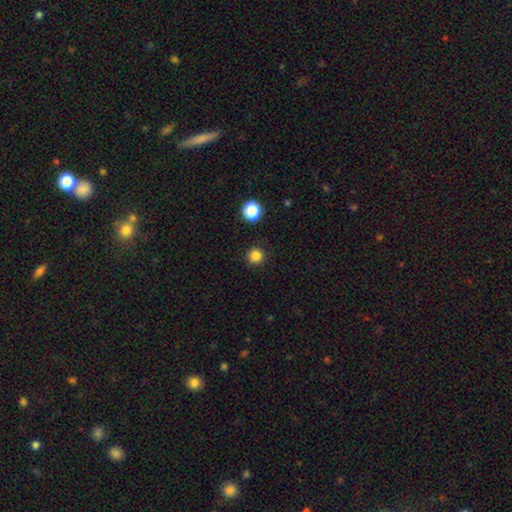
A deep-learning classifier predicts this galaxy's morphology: A smooth galaxy with no disk features (83%) that is round (95%).

Vote fractions:
- Smooth or featured? smooth: 83% / star or artifact: 13% / featured or disk: 4%
- How rounded? round: 95% / in between: 4% / cigar-shaped: 1%
- Merging? none: 92% / minor disturbance: 5% / major disturbance: 2% / merger: 1%